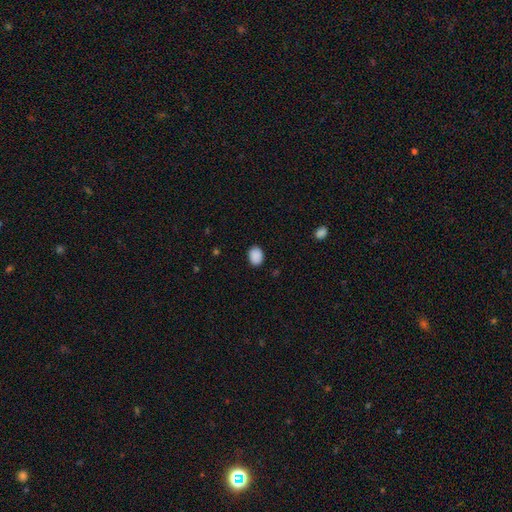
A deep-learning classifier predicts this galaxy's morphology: This appears to be a smooth galaxy with no disk features (89%) that is in between round and cigar-shaped (59%). Merging: none (87%).